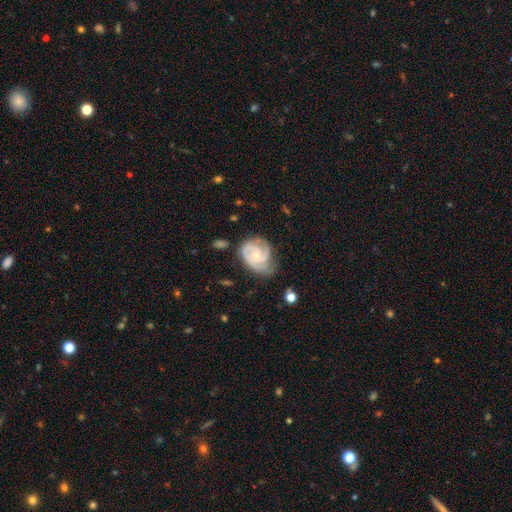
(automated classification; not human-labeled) Smooth or featured? Predicted: featured or disk (p=0.86). Edge-on disk? Predicted: no (p=0.98). Bar? Predicted: no (p=0.67). Spiral arms? Predicted: yes (p=0.97). Spiral winding? Predicted: tight (p=0.63). Spiral arm count? Predicted: 3 (p=0.38). Bulge size? Predicted: small (p=0.69). Merging? Predicted: none (p=0.60).